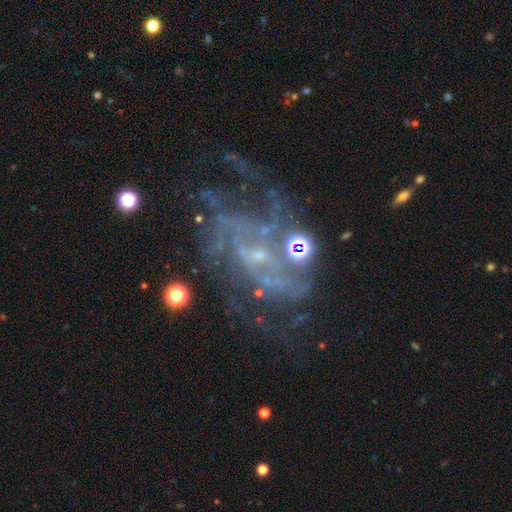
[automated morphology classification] Smooth or featured? featured or disk (84%)
Edge-on disk? no (97%)
Bar? no (50%)
Spiral arms? yes (91%)
Spiral winding? medium (45%)
Spiral arm count? can't tell (32%)
Bulge size? small (69%)
Merging? none (52%)